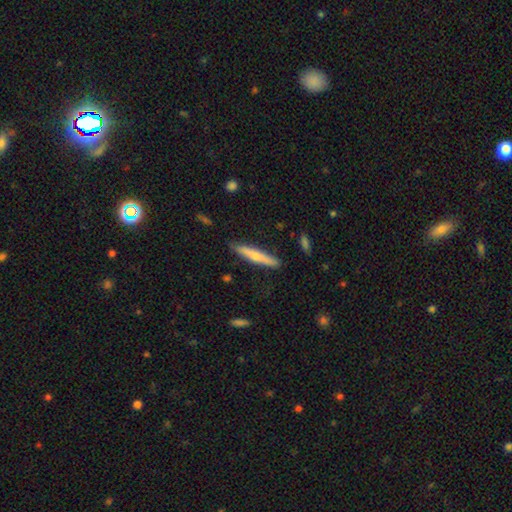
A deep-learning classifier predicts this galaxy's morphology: This is possibly a smooth galaxy (58%). How rounded: clearly cigar-shaped (92%). Merging: clearly none (87%).